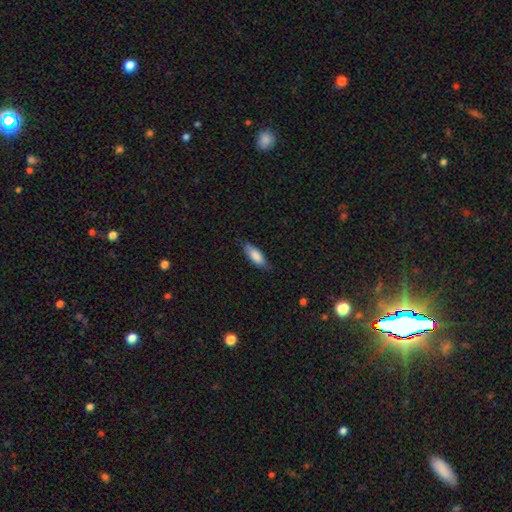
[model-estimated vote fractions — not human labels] This appears to be a smooth galaxy with no disk features (83%) that is in between round and cigar-shaped (63%). Merging: none (78%).